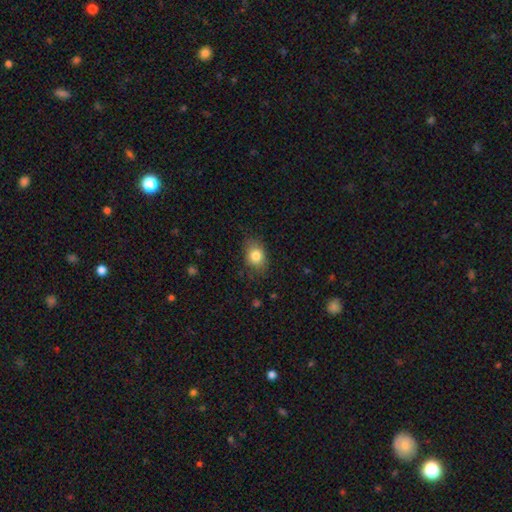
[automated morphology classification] This is clearly a smooth galaxy (81%). How rounded: likely in between (65%). Merging: likely none (78%).